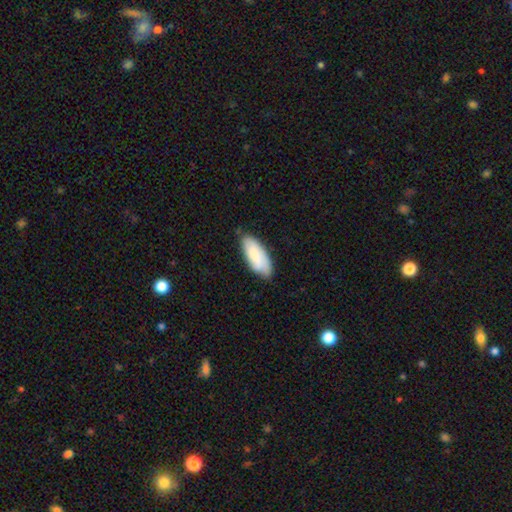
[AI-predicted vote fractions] Morphology: type=smooth (76%); roundness=in between (81%); merging=none (74%).